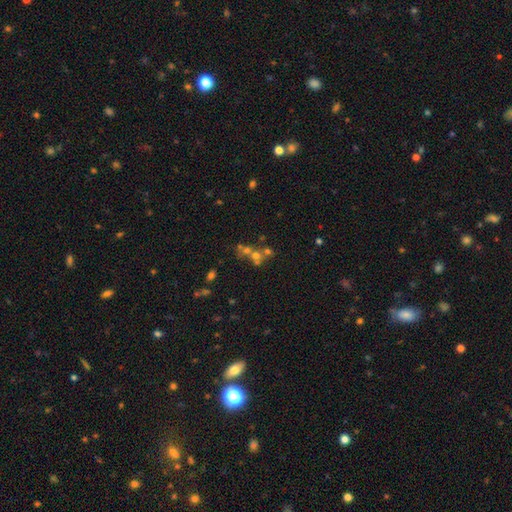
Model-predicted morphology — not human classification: Smooth or featured?
  - smooth: 41% *
  - star or artifact: 37%
  - featured or disk: 21%
Merging?
  - none: 44% *
  - merger: 41%
  - minor disturbance: 9%
  - major disturbance: 7%